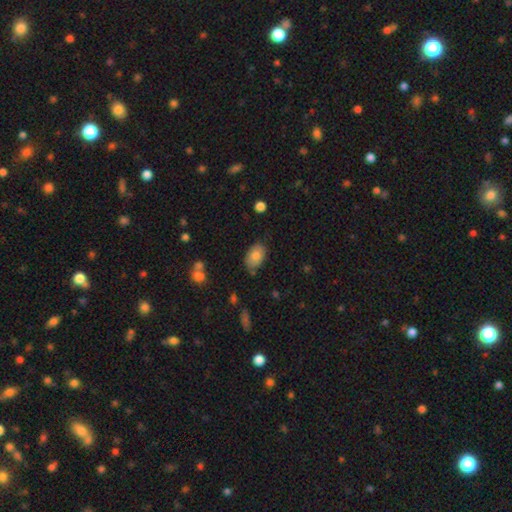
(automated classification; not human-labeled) smooth-or-featured: smooth: 78% | featured or disk: 15% | star or artifact: 7%
  how-rounded: in between: 89% | round: 10% | cigar-shaped: 1%
  merging: none: 75% | minor disturbance: 19% | major disturbance: 3% | merger: 3%